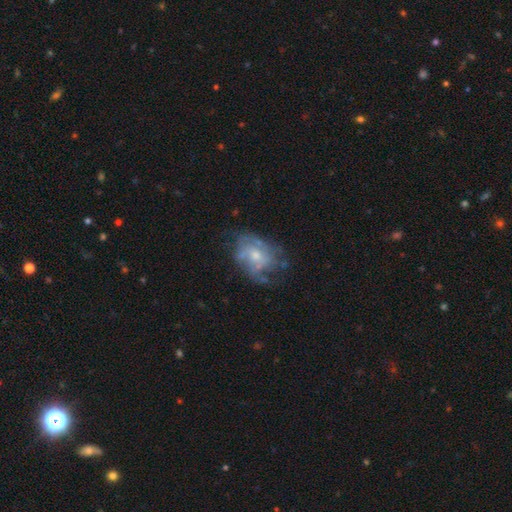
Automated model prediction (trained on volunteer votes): A featured or disk galaxy (70%) with no bar (77%), spiral arms (65%) and a moderate central bulge (50%).

Vote fractions:
- Smooth or featured? featured or disk: 70% / smooth: 23% / star or artifact: 8%
- Edge-on disk? no: 97% / yes: 3%
- Bar? no: 77% / weak: 20% / strong: 3%
- Spiral arms? yes: 65% / no: 35%
- Bulge size? moderate: 50% / small: 42% / none: 4% / large: 4% / dominant: 1%
- Merging? none: 50% / minor disturbance: 26% / major disturbance: 21% / merger: 3%